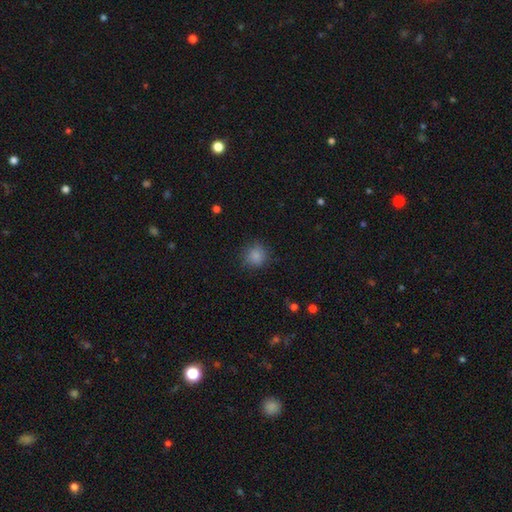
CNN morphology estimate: A smooth galaxy with no disk features (85%) that is round (89%).

Vote fractions:
- Smooth or featured? smooth: 85% / star or artifact: 11% / featured or disk: 5%
- How rounded? round: 89% / in between: 10% / cigar-shaped: 1%
- Merging? none: 84% / minor disturbance: 12% / major disturbance: 4% / merger: 1%